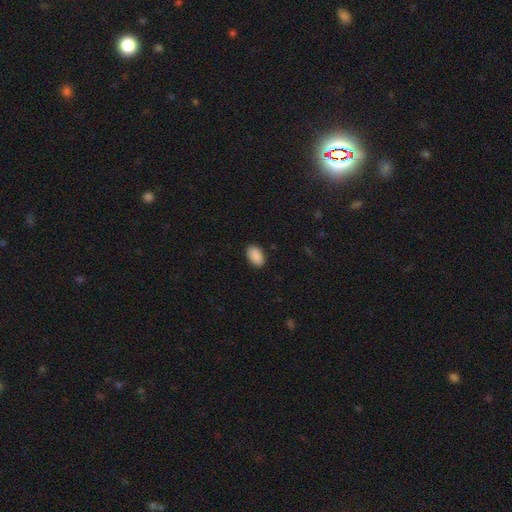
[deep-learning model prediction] This appears to be a smooth galaxy with no disk features (90%) that is in between round and cigar-shaped (93%). Merging: none (89%).